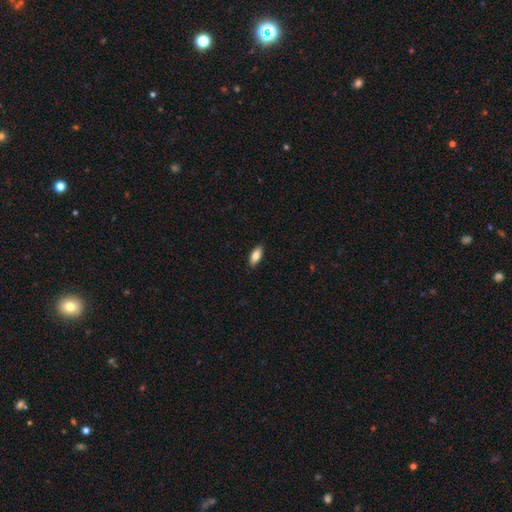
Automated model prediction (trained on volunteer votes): Overall: smooth (82%). How rounded: in between (83%). Merging: none (89%).